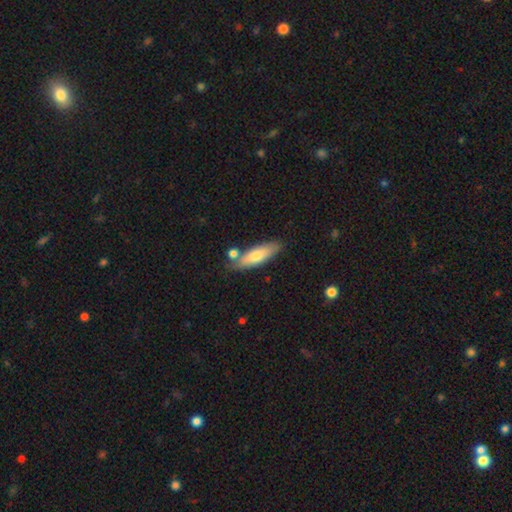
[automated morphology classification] A smooth galaxy with no disk features (68%) that is cigar-shaped (56%).

Vote fractions:
- Smooth or featured? smooth: 68% / featured or disk: 26% / star or artifact: 6%
- How rounded? cigar-shaped: 56% / in between: 42% / round: 2%
- Merging? none: 73% / minor disturbance: 14% / merger: 10% / major disturbance: 3%